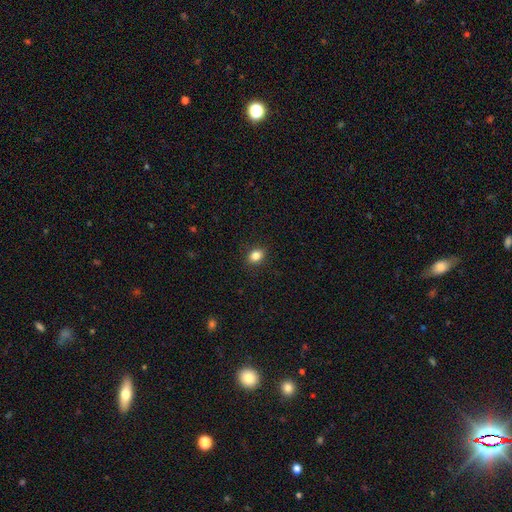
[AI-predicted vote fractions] Smooth or featured? smooth (84%)
How rounded? in between (61%)
Merging? none (89%)